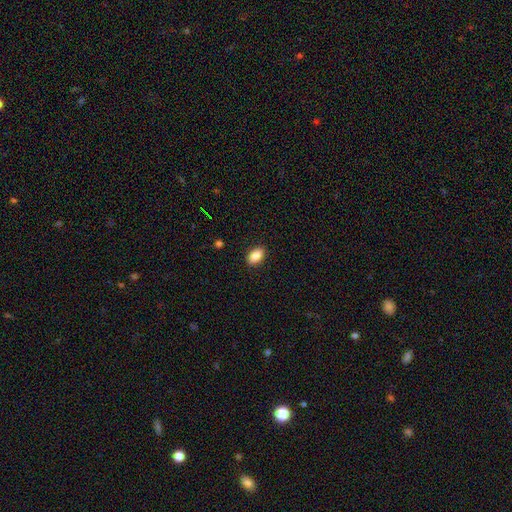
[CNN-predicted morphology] A smooth galaxy with no disk features (87%) that is in between round and cigar-shaped (91%). Merging: none (89%).